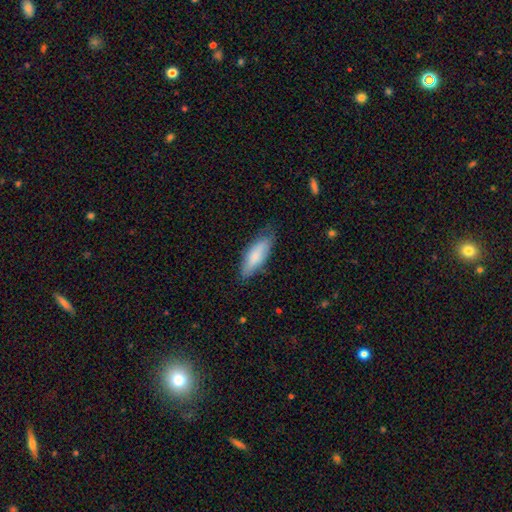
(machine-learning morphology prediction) type=smooth (79%); roundness=in between (57%); merging=none (70%).